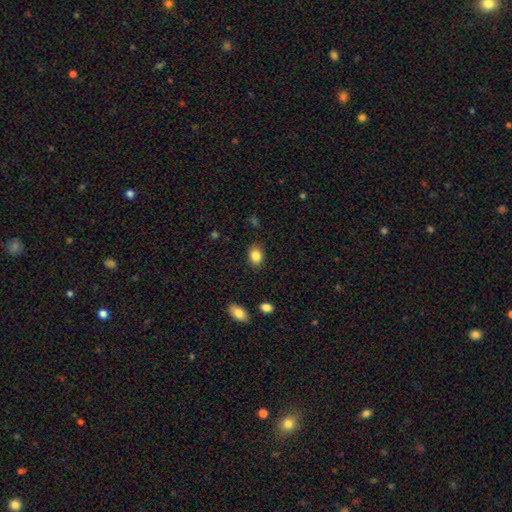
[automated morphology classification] Overall: smooth (85%). How rounded: in between (62%; round 37%). Merging: none (87%).